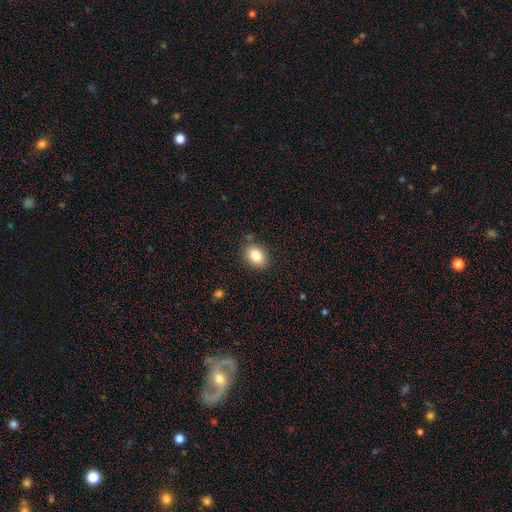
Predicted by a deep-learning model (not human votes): Smooth or featured?
  - smooth: 84% *
  - star or artifact: 9%
  - featured or disk: 7%
How rounded?
  - in between: 72% *
  - round: 27%
  - cigar-shaped: 1%
Merging?
  - none: 83% *
  - minor disturbance: 12%
  - major disturbance: 3%
  - merger: 2%